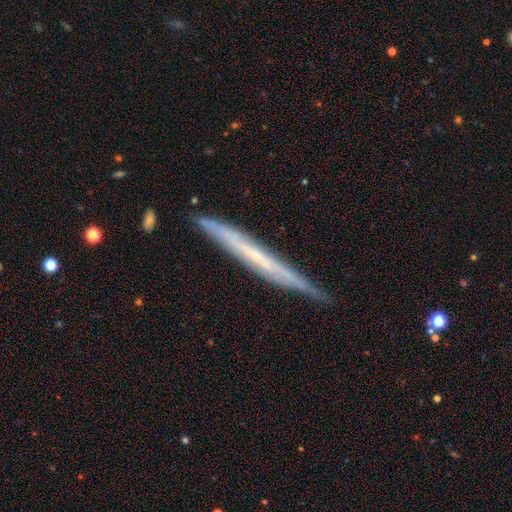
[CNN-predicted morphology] smooth_or_featured: featured or disk (p=0.62) [alt: smooth p=0.31]
disk_edge_on: yes (p=0.92) [alt: no p=0.08]
edge_on_bulge: none (p=0.79) [alt: rounded p=0.17]
merging: none (p=0.81) [alt: minor disturbance p=0.16]